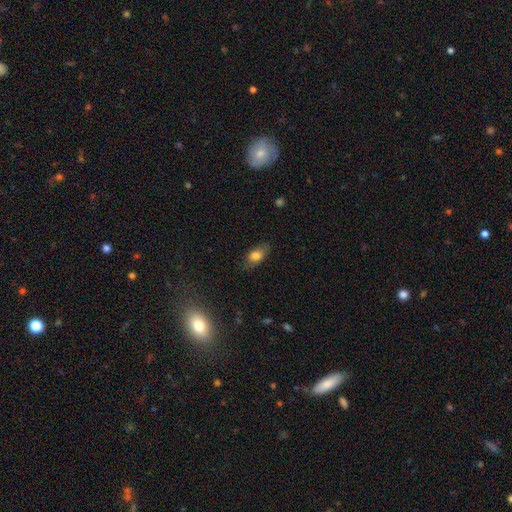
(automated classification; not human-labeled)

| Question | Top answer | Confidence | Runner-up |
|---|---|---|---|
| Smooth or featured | smooth | 78% | featured or disk (12%) |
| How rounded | in between | 85% | round (8%) |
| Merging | none | 76% | minor disturbance (18%) |